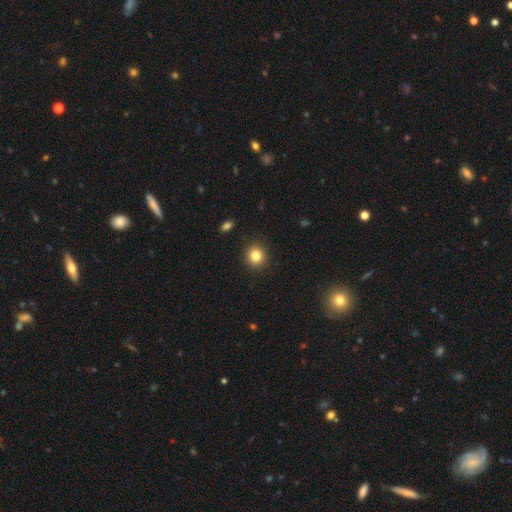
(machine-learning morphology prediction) Smooth or featured: smooth — 84% (star or artifact — 11%)
How rounded: round — 86% (in between — 13%)
Merging: none — 91% (minor disturbance — 6%)